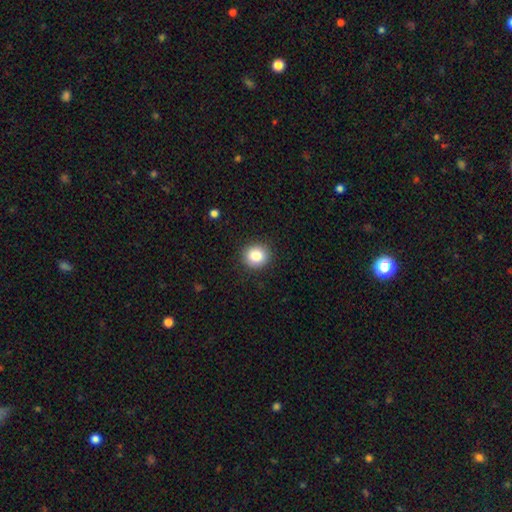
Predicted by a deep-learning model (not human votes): Smooth or featured? smooth (84%)
How rounded? round (84%)
Merging? none (90%)